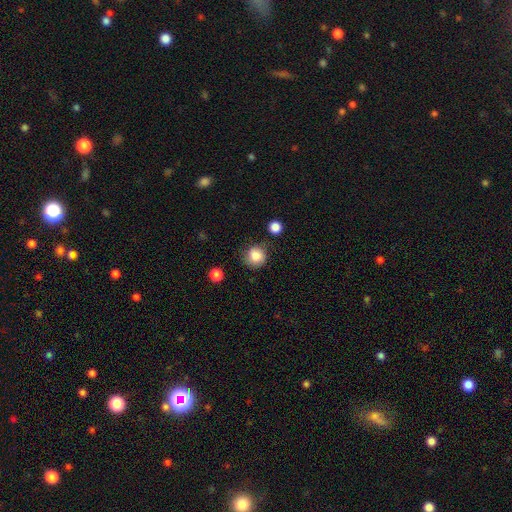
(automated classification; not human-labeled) The model was most divided on "merging": none: 74%, minor disturbance: 17%, major disturbance: 5%, merger: 3%. More confident: how rounded — round (87%); smooth or featured — smooth (84%).